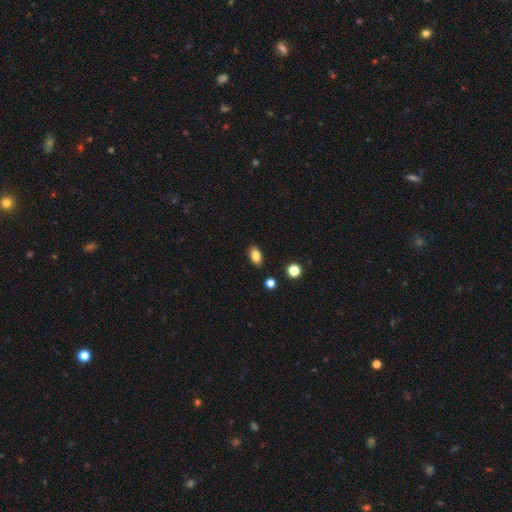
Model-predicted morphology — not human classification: smooth 83%, star or artifact 9%, featured or disk 8%. Down the decision tree: how rounded — in between (88%); merging — none (87%).